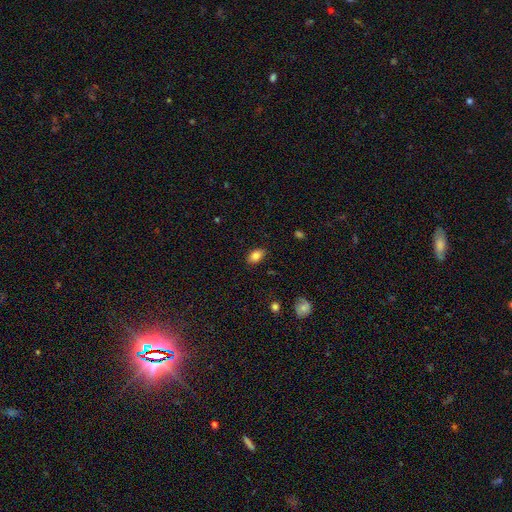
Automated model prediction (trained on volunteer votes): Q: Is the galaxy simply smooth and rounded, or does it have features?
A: smooth — 83%.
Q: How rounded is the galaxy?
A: in between — 88%.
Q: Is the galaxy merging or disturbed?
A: none — 86%.